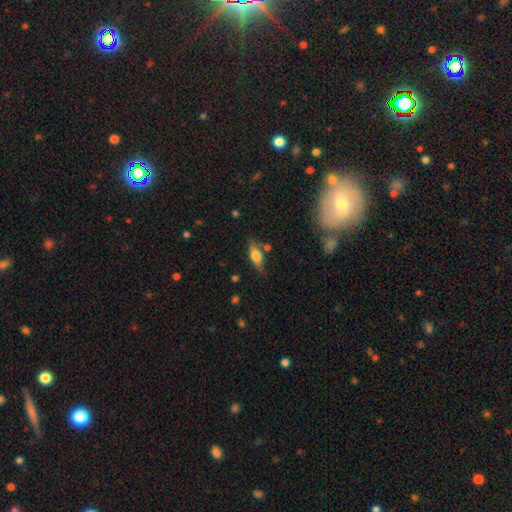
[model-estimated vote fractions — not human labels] Smooth or featured? smooth (57%)
How rounded? in between (66%)
Merging? none (73%)